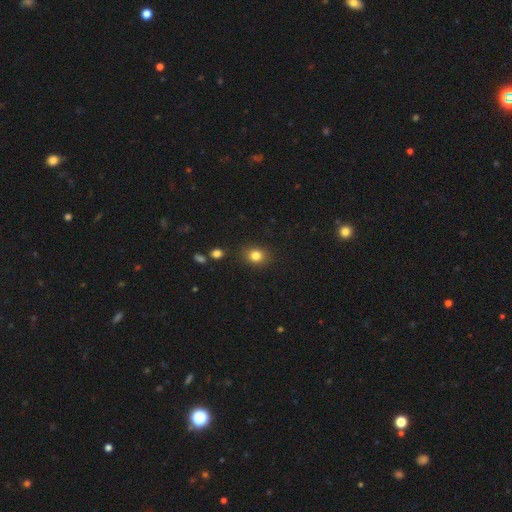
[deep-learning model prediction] smooth 82%, star or artifact 11%, featured or disk 6%. Down the decision tree: how rounded — round (58%); merging — none (85%).